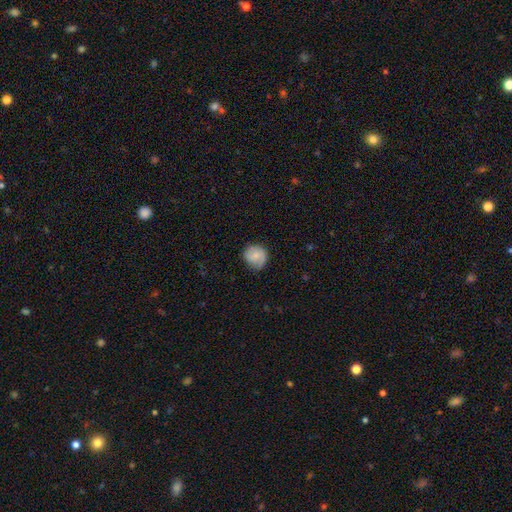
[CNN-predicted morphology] The model was most divided on "smooth or featured": smooth: 64%, featured or disk: 28%, star or artifact: 7%. More confident: how rounded — round (85%); merging — none (73%).